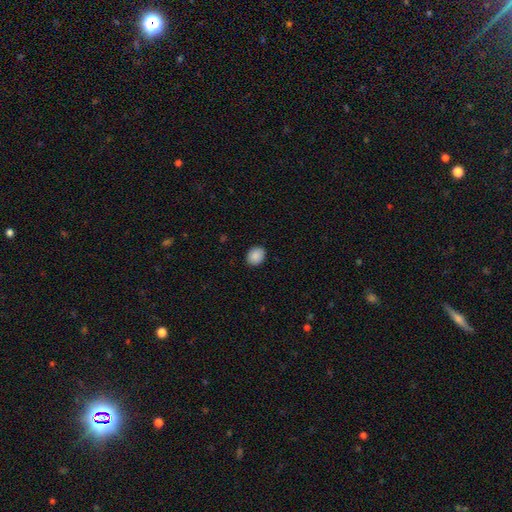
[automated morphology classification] This appears to be a smooth galaxy with no disk features (89%) that is round (55%). Merging: none (90%).